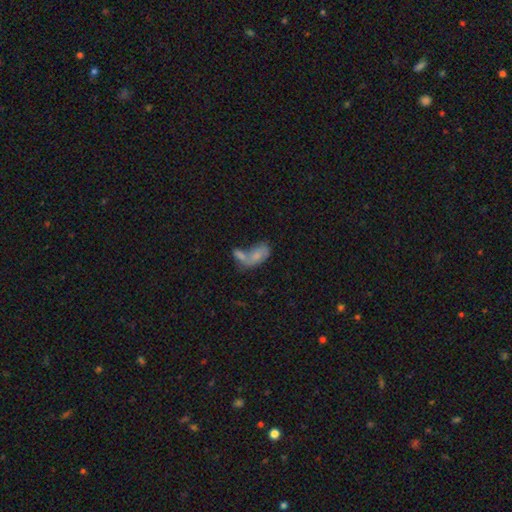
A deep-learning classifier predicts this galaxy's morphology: A smooth galaxy with no disk features (66%) that is in between round and cigar-shaped (89%).

Vote fractions:
- Smooth or featured? smooth: 66% / featured or disk: 24% / star or artifact: 10%
- How rounded? in between: 89% / cigar-shaped: 7% / round: 4%
- Merging? merger: 59% / none: 22% / minor disturbance: 10% / major disturbance: 8%